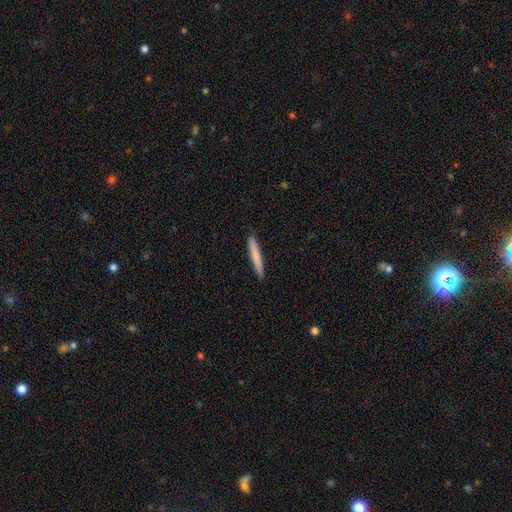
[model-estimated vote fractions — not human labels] Smooth or featured: smooth — 75% (featured or disk — 19%)
How rounded: cigar-shaped — 96% (in between — 3%)
Merging: none — 92% (minor disturbance — 6%)